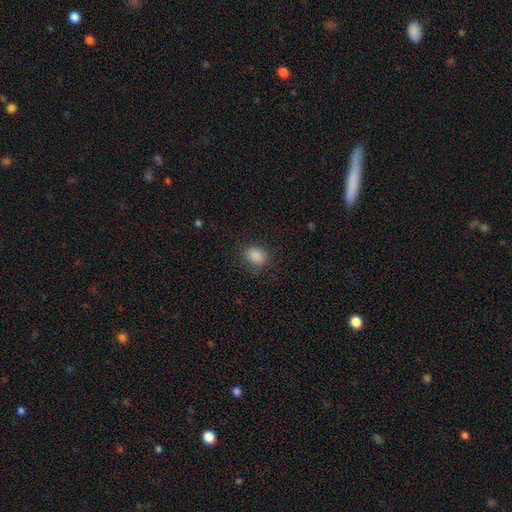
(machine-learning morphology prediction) This is clearly a smooth galaxy (86%). How rounded: possibly in between (59%). Merging: clearly none (84%).